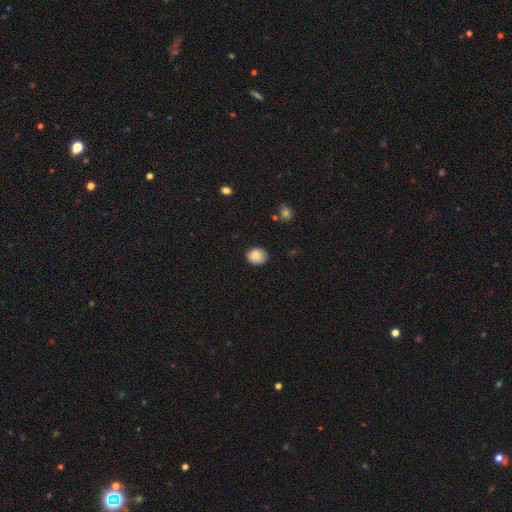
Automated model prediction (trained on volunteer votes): smooth 87%, star or artifact 8%, featured or disk 5%. Down the decision tree: how rounded — round (67%); merging — none (86%).